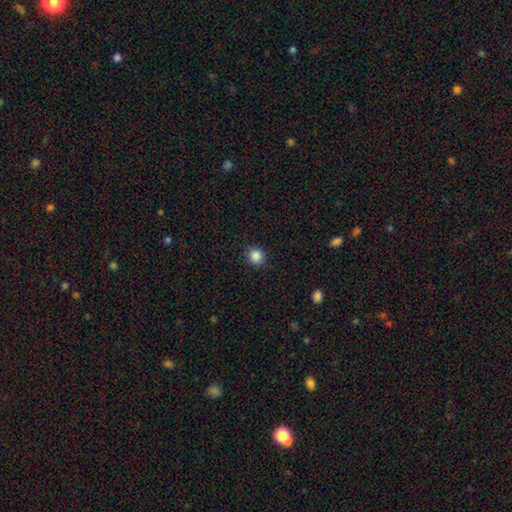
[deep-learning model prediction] This appears to be a smooth galaxy with no disk features (87%) that is round (90%). Merging: none (90%).